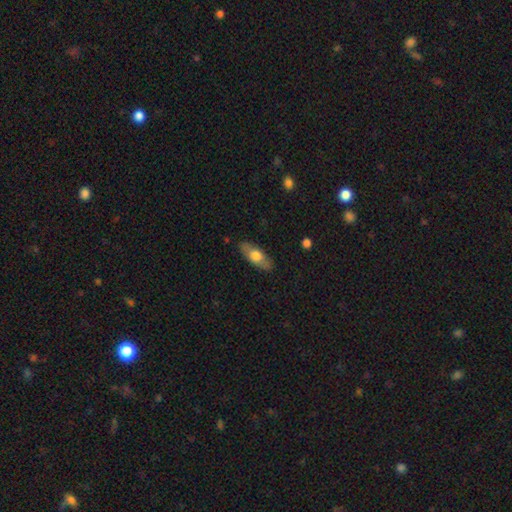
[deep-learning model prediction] The model was most divided on "smooth or featured": smooth: 62%, featured or disk: 33%, star or artifact: 5%. More confident: merging — none (84%); how rounded — in between (75%).